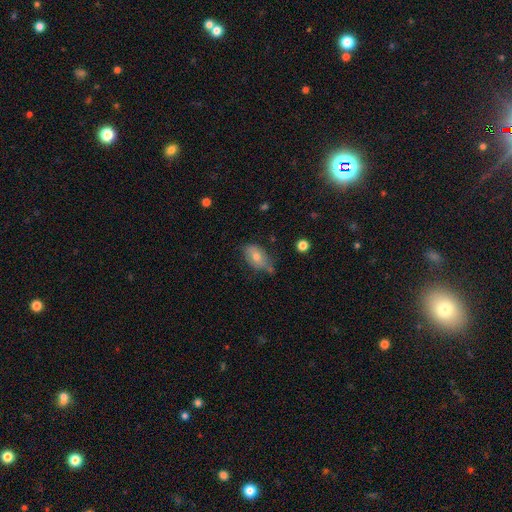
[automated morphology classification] This is likely a smooth galaxy (65%). How rounded: clearly in between (87%). Merging: possibly none (57%).